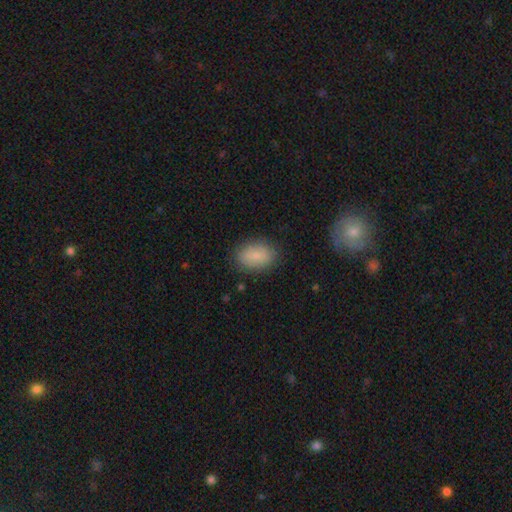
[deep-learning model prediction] Overall: smooth (81%). How rounded: in between (82%). Merging: none (84%).